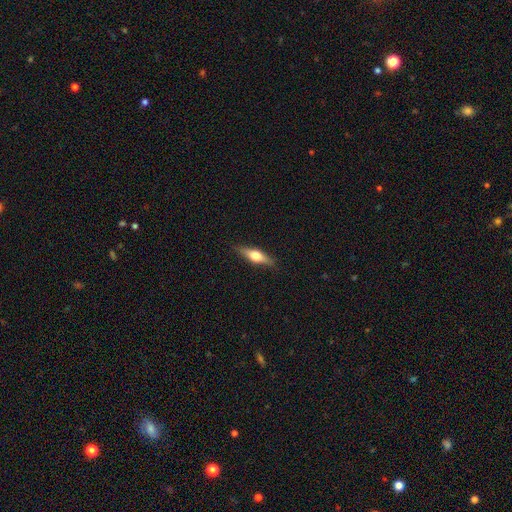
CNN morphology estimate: A featured or disk galaxy (52%) viewed edge-on (94%). Merging: none (87%).